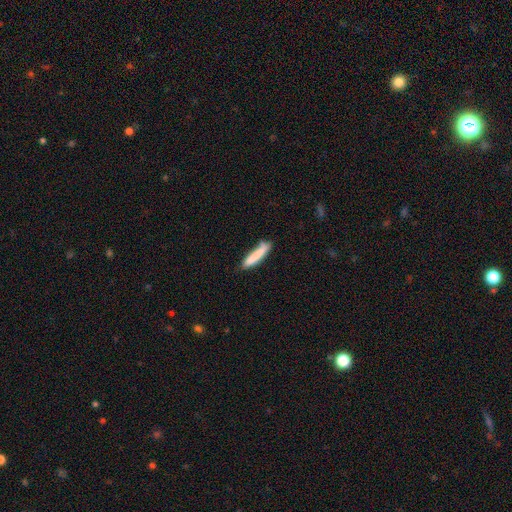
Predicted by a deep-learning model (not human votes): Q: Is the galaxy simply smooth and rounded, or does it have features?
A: smooth — 82%.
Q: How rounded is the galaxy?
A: cigar-shaped — 89%.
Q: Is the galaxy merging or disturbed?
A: none — 72%.